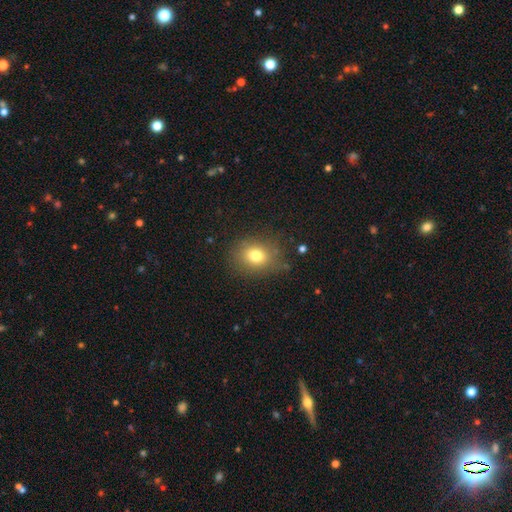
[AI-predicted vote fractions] Q: Smooth or featured?
A: smooth (77%); runner-up: star or artifact (13%)
Q: How rounded?
A: round (57%); runner-up: in between (42%)
Q: Merging?
A: none (79%); runner-up: minor disturbance (15%)